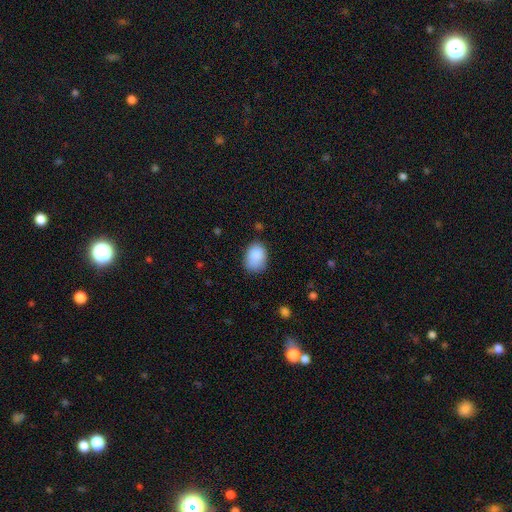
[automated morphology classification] Smooth or featured: smooth — 88% (star or artifact — 7%)
How rounded: in between — 74% (round — 25%)
Merging: none — 71% (minor disturbance — 22%)